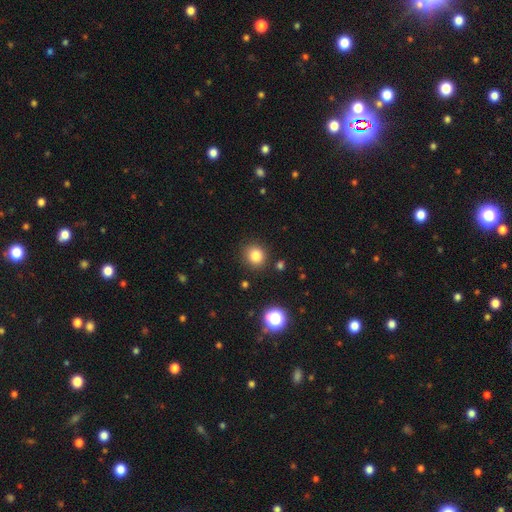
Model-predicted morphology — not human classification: smooth_or_featured: smooth (p=0.82) [alt: star or artifact p=0.13]
how_rounded: round (p=0.86) [alt: in between p=0.13]
merging: none (p=0.88) [alt: minor disturbance p=0.08]